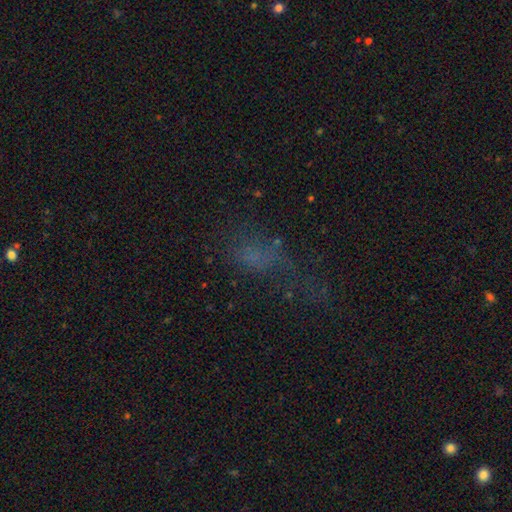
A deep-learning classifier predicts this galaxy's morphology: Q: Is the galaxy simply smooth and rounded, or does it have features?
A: smooth — 46%.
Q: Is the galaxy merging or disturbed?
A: major disturbance — 38%.